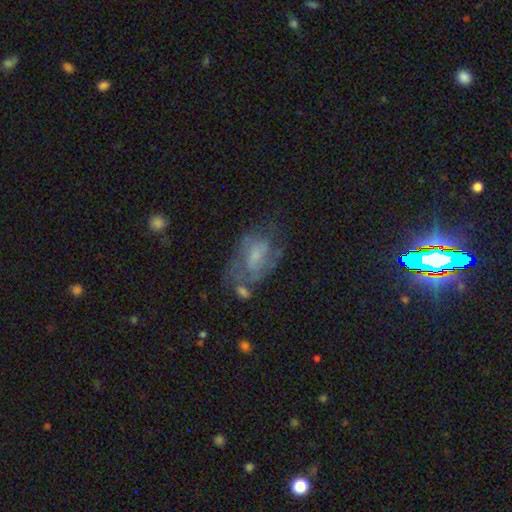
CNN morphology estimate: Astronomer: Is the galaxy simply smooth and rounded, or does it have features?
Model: featured or disk — 56% (runner-up: smooth, 34%).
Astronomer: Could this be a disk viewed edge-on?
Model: no — 96%.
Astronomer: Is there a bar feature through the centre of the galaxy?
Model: no — 56% (runner-up: weak, 36%).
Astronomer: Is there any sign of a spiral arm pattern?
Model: yes — 57% (runner-up: no, 43%).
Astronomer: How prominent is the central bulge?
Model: small — 43% (runner-up: moderate, 29%).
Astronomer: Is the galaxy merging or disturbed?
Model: none — 42% (runner-up: minor disturbance, 25%).